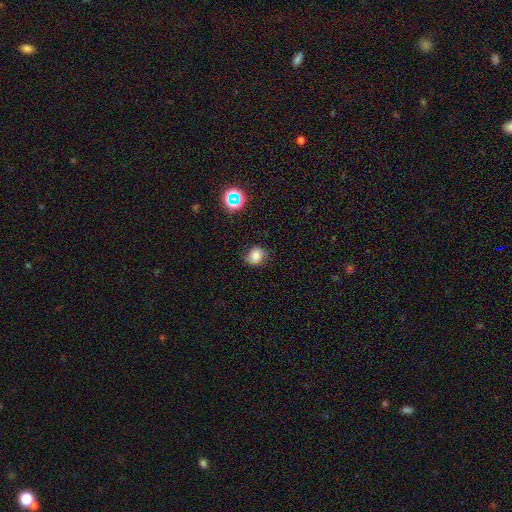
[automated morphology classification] type=smooth (65%); roundness=round (71%); merging=none (64%).